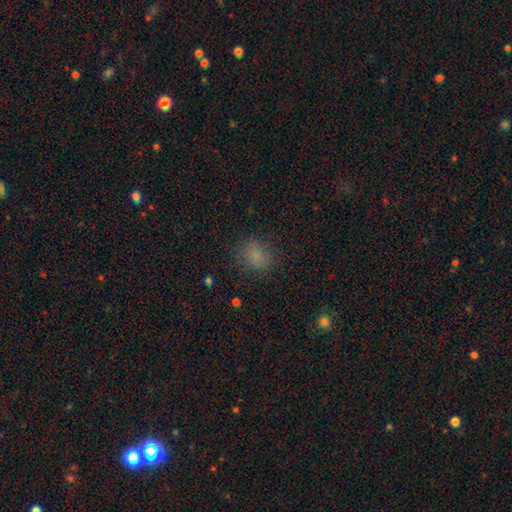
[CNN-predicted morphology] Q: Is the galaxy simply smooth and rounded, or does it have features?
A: smooth — 78%.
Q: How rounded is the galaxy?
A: round — 59%.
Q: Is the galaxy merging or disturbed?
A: none — 81%.